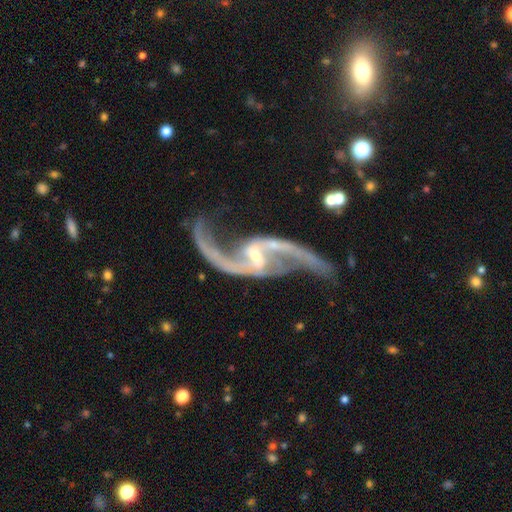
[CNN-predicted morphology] Smooth or featured? Predicted: featured or disk (p=0.94). Edge-on disk? Predicted: no (p=0.97). Bar? Predicted: weak (p=0.44). Spiral arms? Predicted: yes (p=0.98). Spiral winding? Predicted: loose (p=0.85). Spiral arm count? Predicted: 2 (p=0.94). Bulge size? Predicted: small (p=0.72). Merging? Predicted: none (p=0.68).